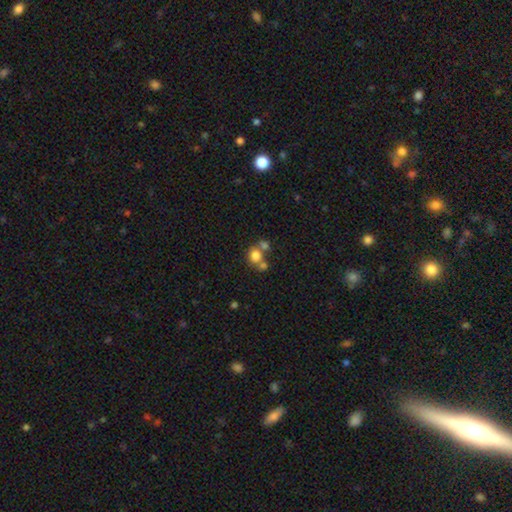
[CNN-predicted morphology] A smooth galaxy with no disk features (77%) that is round (78%). Merging: none (46%).